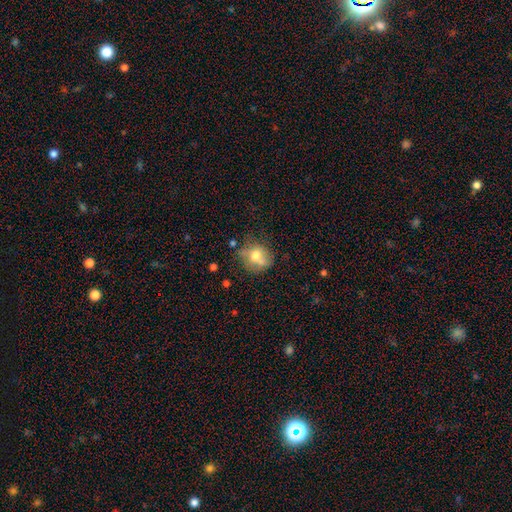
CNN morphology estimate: Smooth or featured?
  - smooth: 66% *
  - featured or disk: 24%
  - star or artifact: 10%
How rounded?
  - round: 71% *
  - in between: 28%
  - cigar-shaped: 1%
Merging?
  - none: 59% *
  - minor disturbance: 22%
  - merger: 11%
  - major disturbance: 8%